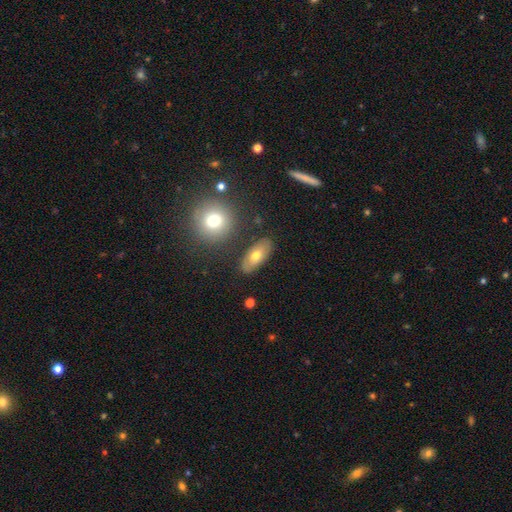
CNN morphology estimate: smooth-or-featured: smooth: 61% | featured or disk: 32% | star or artifact: 7%
  how-rounded: in between: 88% | cigar-shaped: 8% | round: 5%
  merging: none: 82% | minor disturbance: 11% | merger: 3% | major disturbance: 3%